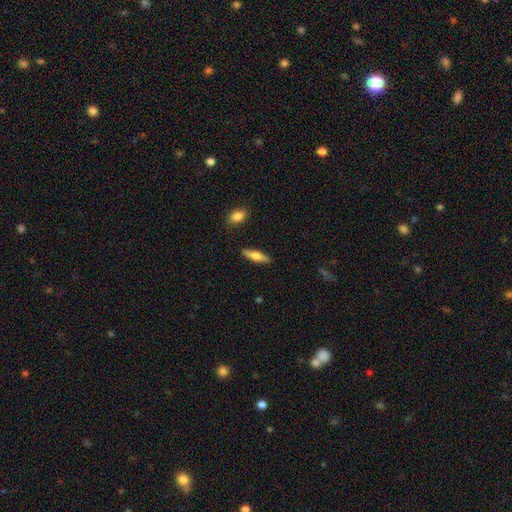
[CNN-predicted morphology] This is possibly a smooth galaxy (55%). How rounded: likely cigar-shaped (70%). Merging: clearly none (88%).